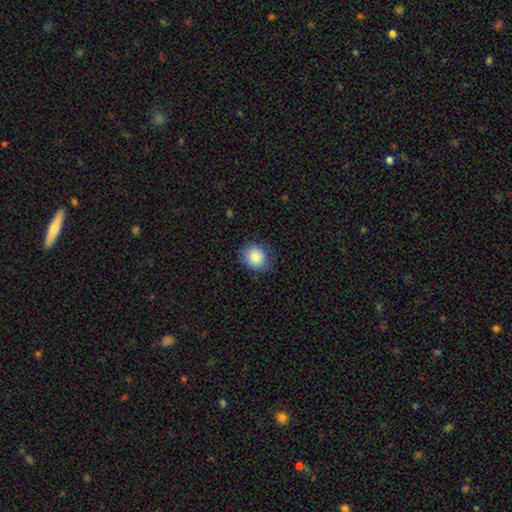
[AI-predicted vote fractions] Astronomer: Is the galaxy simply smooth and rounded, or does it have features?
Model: smooth — 86%.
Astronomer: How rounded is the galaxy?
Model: round — 71%.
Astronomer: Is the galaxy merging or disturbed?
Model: none — 74%.